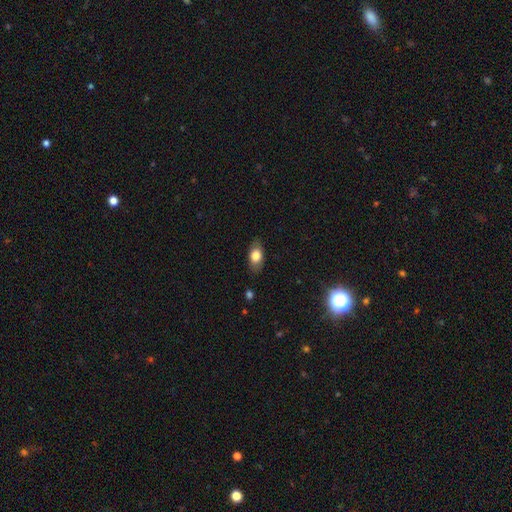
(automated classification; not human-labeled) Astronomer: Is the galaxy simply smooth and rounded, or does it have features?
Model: smooth — 76%.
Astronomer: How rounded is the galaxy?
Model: in between — 88%.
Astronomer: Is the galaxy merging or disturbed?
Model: none — 81%.